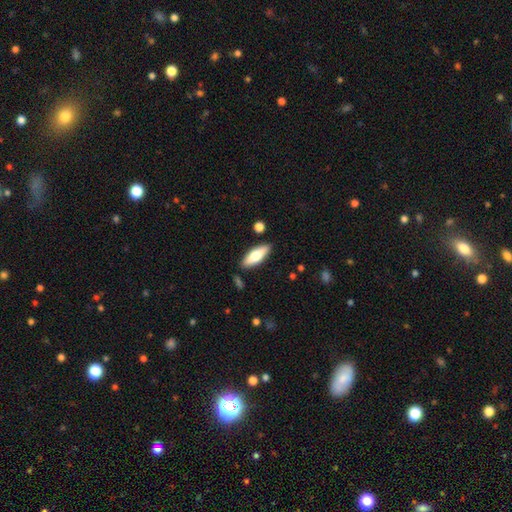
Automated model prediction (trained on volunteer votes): This is likely a smooth galaxy (65%). How rounded: likely in between (62%). Merging: clearly none (86%).